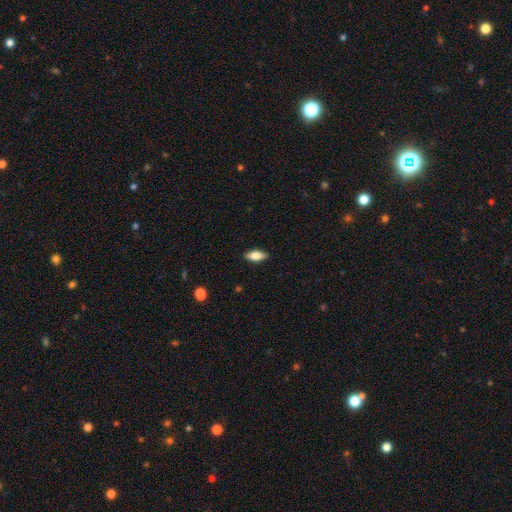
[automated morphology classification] The model was most divided on "smooth or featured": smooth: 75%, featured or disk: 19%, star or artifact: 7%. More confident: merging — none (89%); how rounded — in between (80%).